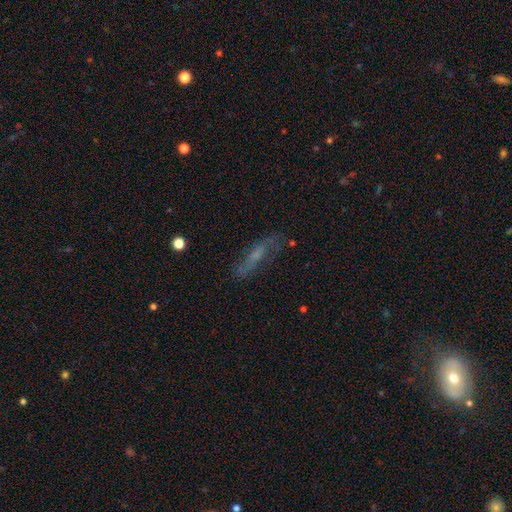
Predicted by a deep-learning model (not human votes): Smooth or featured? Predicted: featured or disk (p=0.55). Edge-on disk? Predicted: no (p=0.66). Merging? Predicted: none (p=0.68).